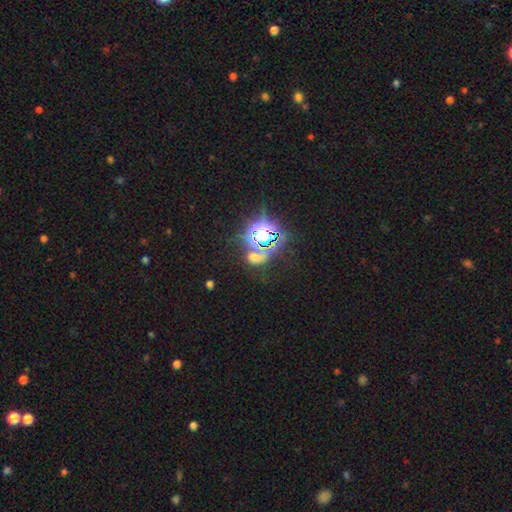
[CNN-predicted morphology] Smooth or featured?
  - star or artifact: 75% *
  - smooth: 15%
  - featured or disk: 9%